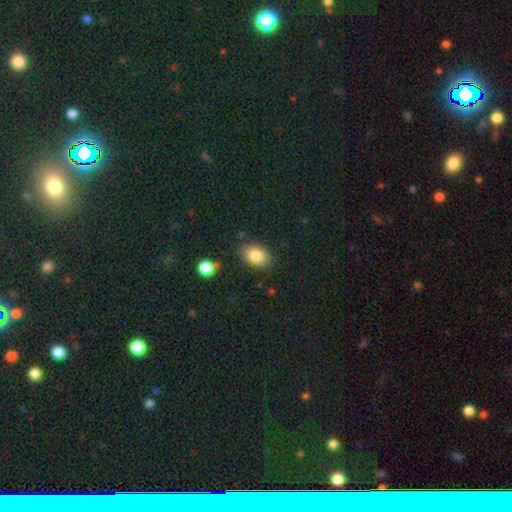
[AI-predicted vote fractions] Smooth or featured: smooth — 84% (star or artifact — 9%)
How rounded: in between — 82% (round — 17%)
Merging: none — 83% (minor disturbance — 12%)